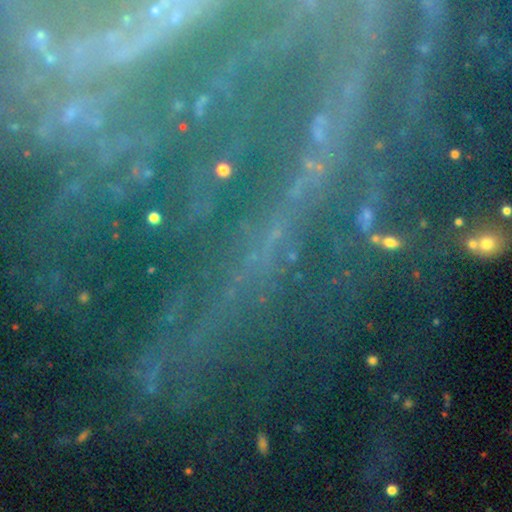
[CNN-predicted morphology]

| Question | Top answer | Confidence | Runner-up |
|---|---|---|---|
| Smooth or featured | star or artifact | 57% | featured or disk (32%) |